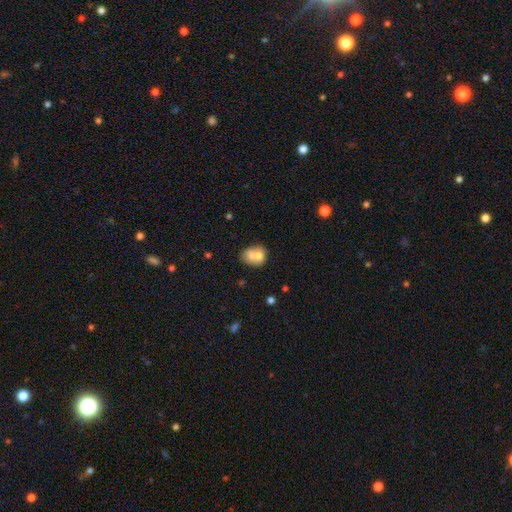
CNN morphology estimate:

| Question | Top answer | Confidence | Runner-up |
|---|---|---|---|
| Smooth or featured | smooth | 66% | featured or disk (25%) |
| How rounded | round | 55% | in between (44%) |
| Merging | merger | 58% | none (29%) |